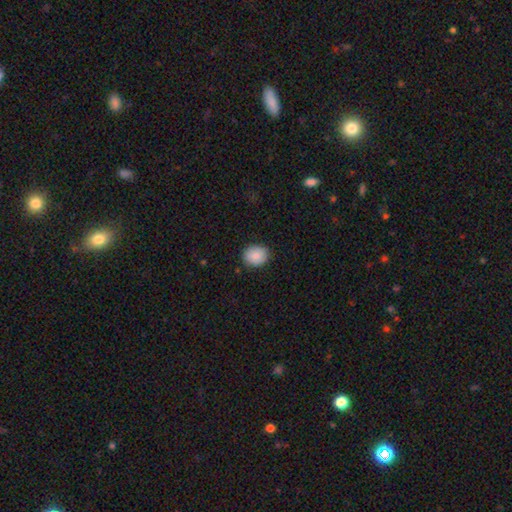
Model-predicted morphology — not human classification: Smooth or featured: smooth — 88% (star or artifact — 8%)
How rounded: round — 65% (in between — 34%)
Merging: none — 88% (minor disturbance — 9%)